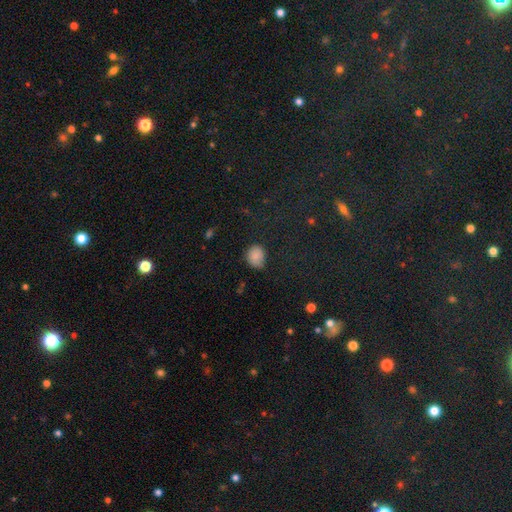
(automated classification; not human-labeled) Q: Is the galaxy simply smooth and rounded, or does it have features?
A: smooth — 83%.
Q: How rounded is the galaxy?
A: round — 58%.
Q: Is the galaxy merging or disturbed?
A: none — 68%.